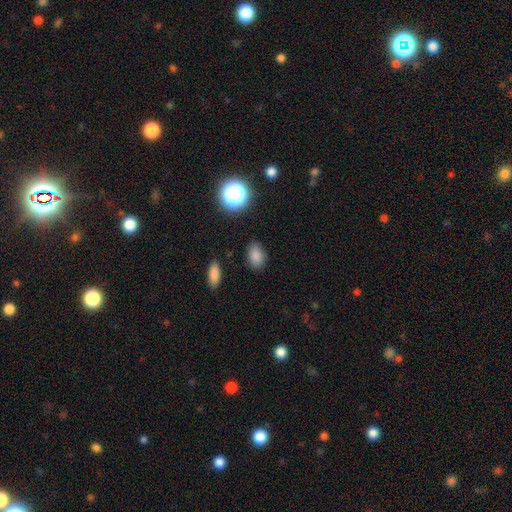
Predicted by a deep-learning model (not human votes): This is clearly a smooth galaxy (83%). How rounded: clearly in between (80%). Merging: clearly none (84%).